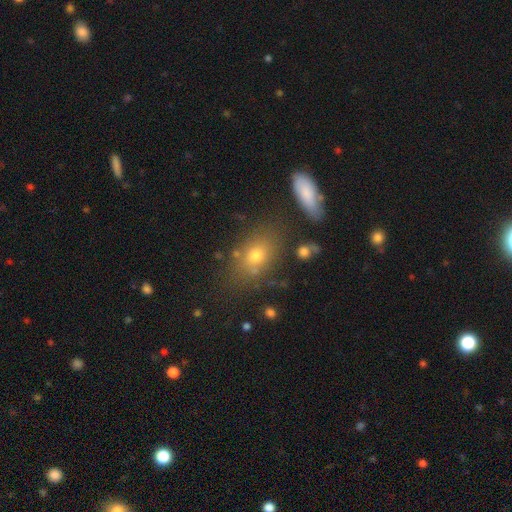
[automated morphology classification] The model was most divided on "how rounded": in between: 73%, round: 24%, cigar-shaped: 3%. More confident: merging — none (72%); smooth or featured — smooth (71%).